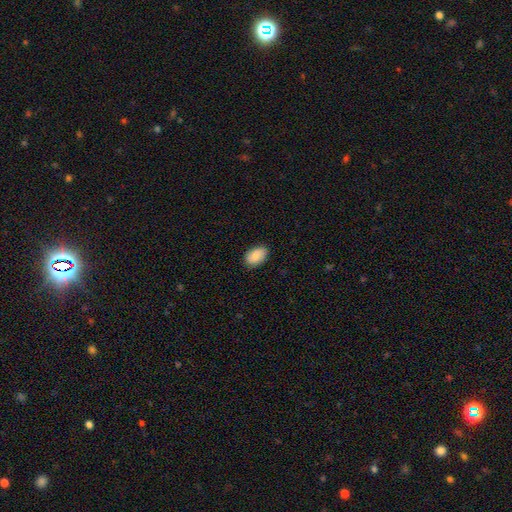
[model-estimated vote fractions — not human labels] Q: Smooth or featured?
A: smooth (84%); runner-up: featured or disk (9%)
Q: How rounded?
A: in between (87%); runner-up: round (12%)
Q: Merging?
A: none (84%); runner-up: minor disturbance (13%)